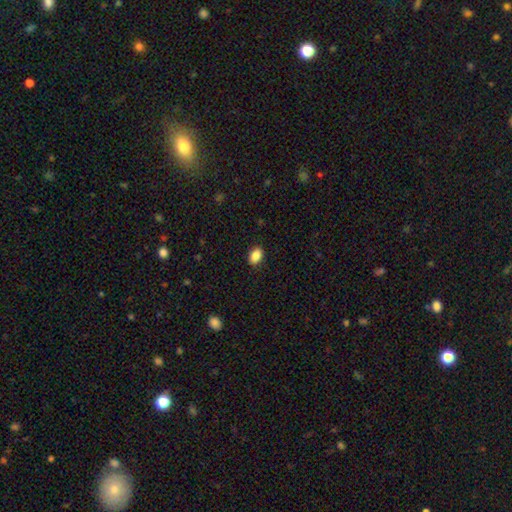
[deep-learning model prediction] smooth 87%, star or artifact 8%, featured or disk 5%. Down the decision tree: how rounded — in between (88%); merging — none (89%).